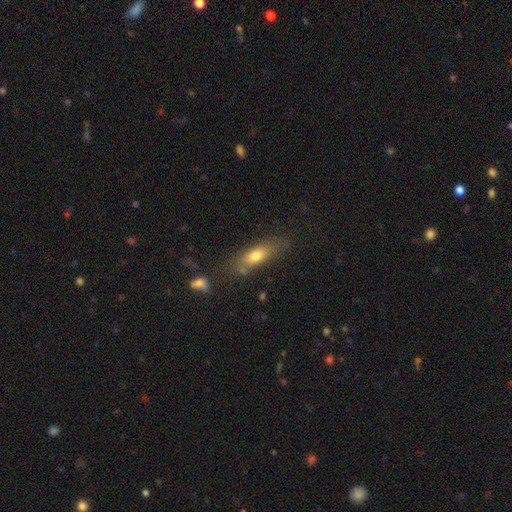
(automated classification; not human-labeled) Smooth or featured? Predicted: smooth (p=0.66). How rounded? Predicted: in between (p=0.51). Merging? Predicted: none (p=0.68).